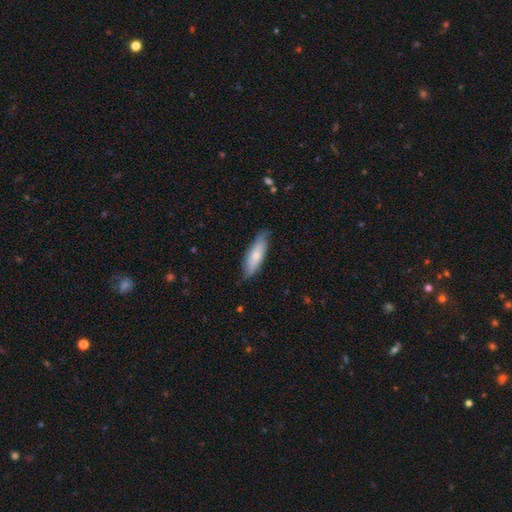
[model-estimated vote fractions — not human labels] smooth_or_featured: smooth (p=0.65) [alt: featured or disk p=0.29]
how_rounded: cigar-shaped (p=0.50) [alt: in between p=0.48]
merging: none (p=0.74) [alt: minor disturbance p=0.21]